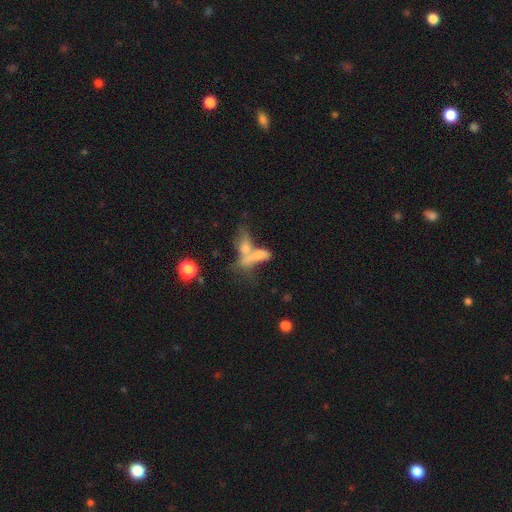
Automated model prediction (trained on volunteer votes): Smooth or featured: smooth — 62% (featured or disk — 27%)
How rounded: in between — 57% (cigar-shaped — 36%)
Merging: merger — 63% (none — 19%)